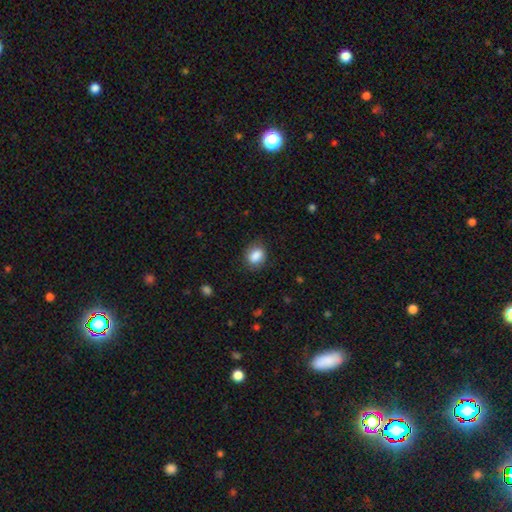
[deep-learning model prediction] smooth-or-featured: smooth: 86% | star or artifact: 8% | featured or disk: 6%
  how-rounded: in between: 62% | round: 37% | cigar-shaped: 1%
  merging: none: 78% | minor disturbance: 16% | major disturbance: 4% | merger: 1%